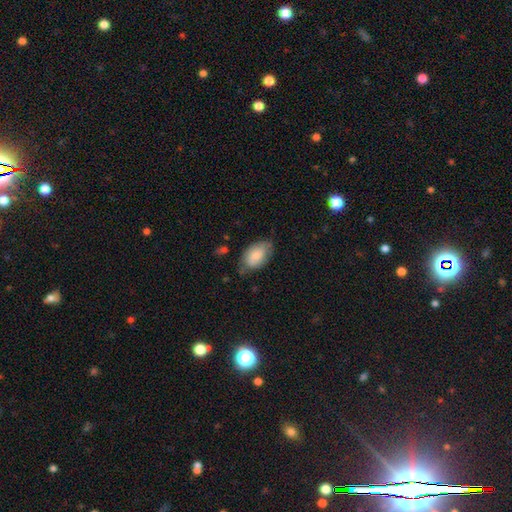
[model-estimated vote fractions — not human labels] This appears to be a smooth galaxy with no disk features (79%) that is in between round and cigar-shaped (93%). Merging: none (64%).